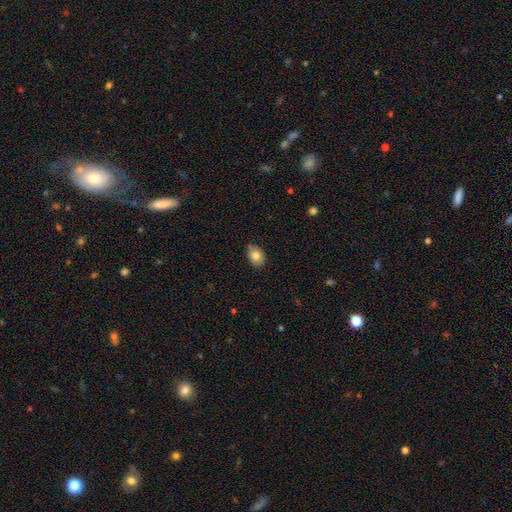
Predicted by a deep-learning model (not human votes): Morphology: type=smooth (80%); roundness=in between (75%); merging=none (82%).